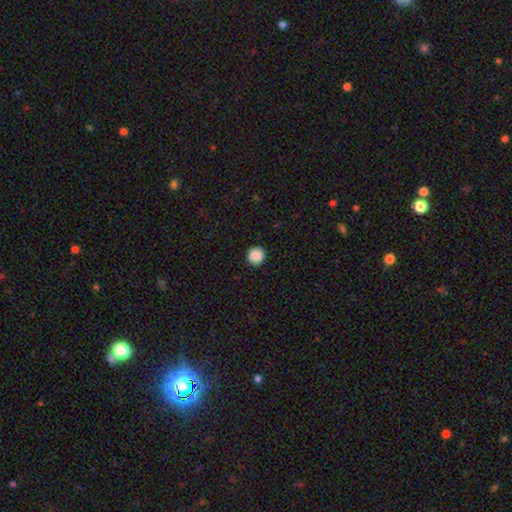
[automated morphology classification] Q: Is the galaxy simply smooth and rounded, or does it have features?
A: smooth — 88%.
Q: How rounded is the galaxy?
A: round — 94%.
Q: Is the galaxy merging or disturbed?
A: none — 93%.